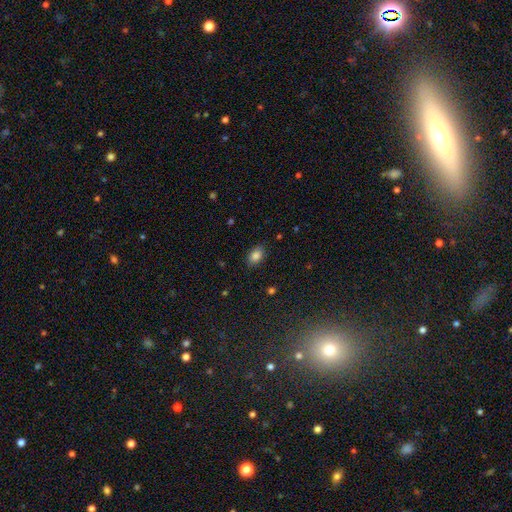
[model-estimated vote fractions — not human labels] This is clearly a smooth galaxy (85%). How rounded: clearly in between (82%). Merging: clearly none (85%).